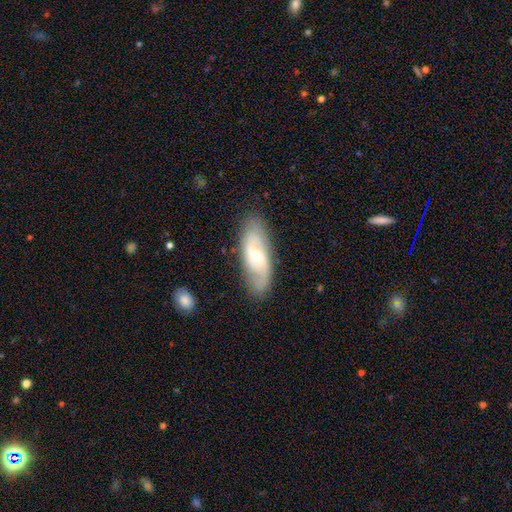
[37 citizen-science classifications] Smooth or featured? 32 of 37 (86%) said featured or disk. Edge-on disk? 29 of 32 (91%) said no. Bar? 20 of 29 (69%) said weak. Spiral arms? 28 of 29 (97%) said yes. Spiral winding? 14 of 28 (50%) said loose. Spiral arm count? 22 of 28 (79%) said 2. Bulge size? 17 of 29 (59%) said small. Merging? 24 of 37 (65%) said none.